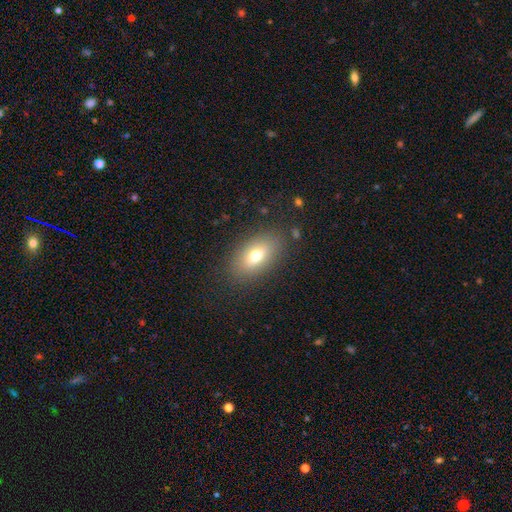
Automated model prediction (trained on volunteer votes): Smooth or featured?
  - smooth: 71% *
  - featured or disk: 18%
  - star or artifact: 11%
How rounded?
  - in between: 87% *
  - round: 9%
  - cigar-shaped: 4%
Merging?
  - none: 83% *
  - minor disturbance: 11%
  - major disturbance: 5%
  - merger: 1%